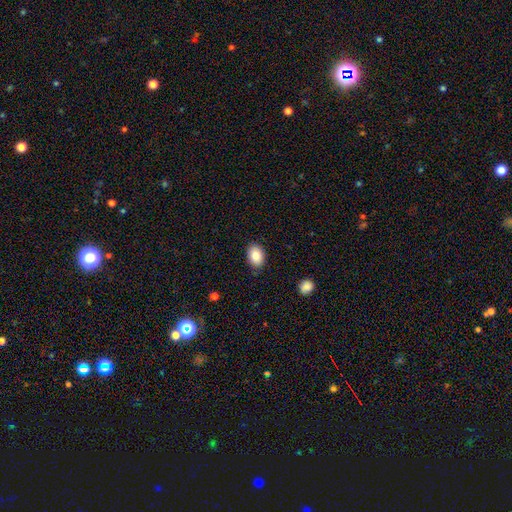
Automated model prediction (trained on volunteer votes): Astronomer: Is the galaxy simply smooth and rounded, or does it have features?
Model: smooth — 86%.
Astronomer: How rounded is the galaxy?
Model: in between — 79%.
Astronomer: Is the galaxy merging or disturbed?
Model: none — 85%.